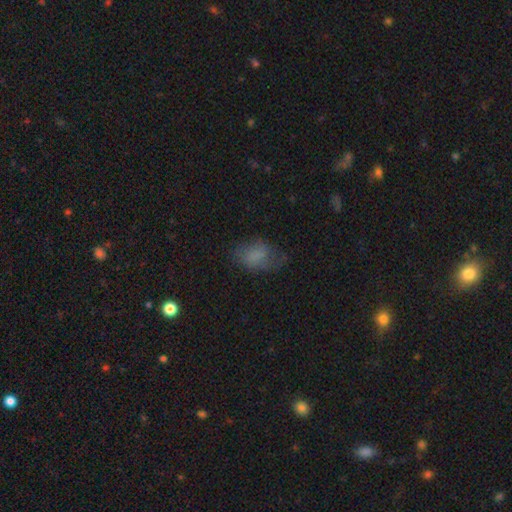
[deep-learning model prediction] Q: Smooth or featured?
A: smooth (69%); runner-up: featured or disk (19%)
Q: How rounded?
A: in between (85%); runner-up: round (14%)
Q: Merging?
A: none (50%); runner-up: minor disturbance (28%)